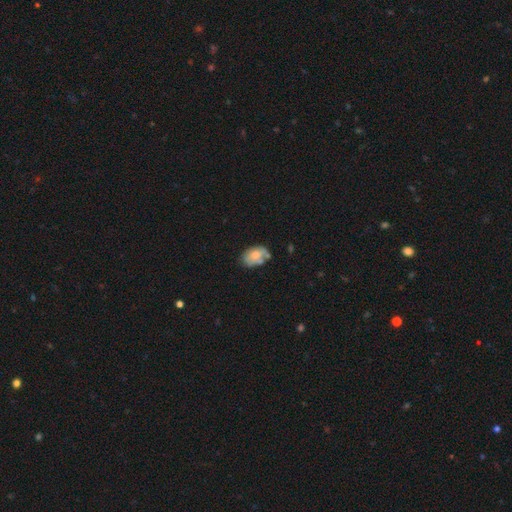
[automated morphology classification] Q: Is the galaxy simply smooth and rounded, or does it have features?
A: smooth — 60%.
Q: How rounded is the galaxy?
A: in between — 87%.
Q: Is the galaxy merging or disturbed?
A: none — 48%.